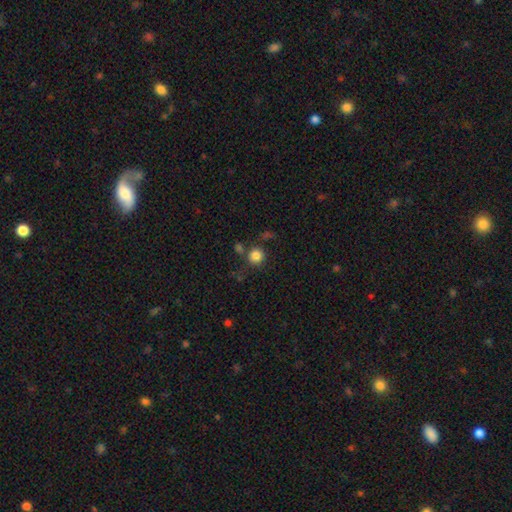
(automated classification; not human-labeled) Overall: smooth (84%). How rounded: round (93%). Merging: none (73%).